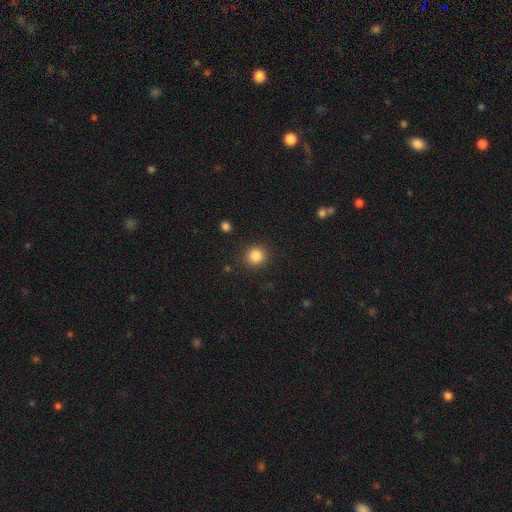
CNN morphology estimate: Smooth or featured?
  - smooth: 85% *
  - star or artifact: 11%
  - featured or disk: 4%
How rounded?
  - round: 91% *
  - in between: 8%
  - cigar-shaped: 1%
Merging?
  - none: 90% *
  - minor disturbance: 6%
  - major disturbance: 3%
  - merger: 1%